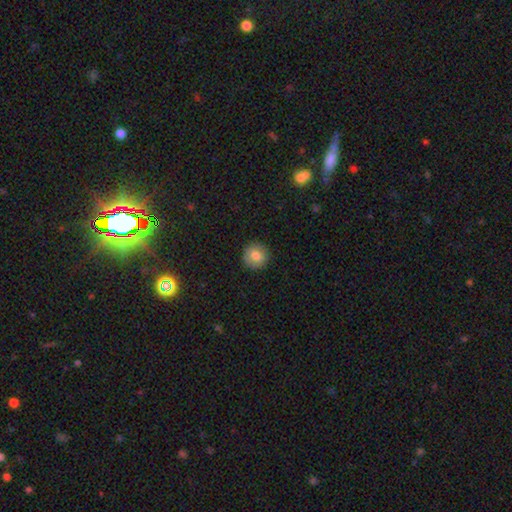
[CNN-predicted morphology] The model was most divided on "smooth or featured": smooth: 81%, featured or disk: 10%, star or artifact: 9%. More confident: how rounded — round (95%); merging — none (92%).